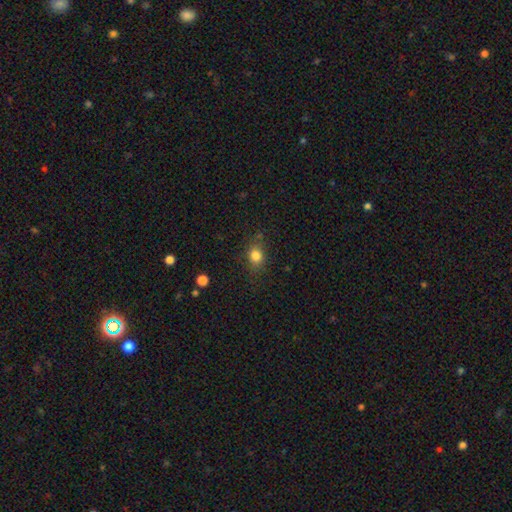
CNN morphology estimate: The model was most divided on "how rounded": round: 55%, in between: 43%, cigar-shaped: 1%. More confident: smooth or featured — smooth (82%); merging — none (77%).